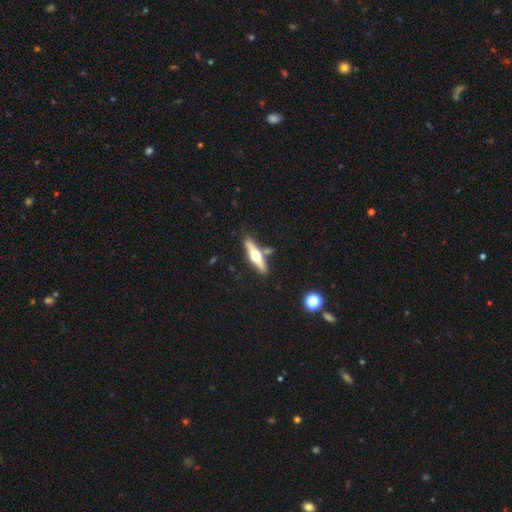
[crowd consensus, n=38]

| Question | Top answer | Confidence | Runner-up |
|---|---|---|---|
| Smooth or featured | featured or disk | 50% | smooth (47%) |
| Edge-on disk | yes | 95% | no (5%) |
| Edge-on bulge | rounded | 94% | boxy (6%) |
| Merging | none | 78% | minor disturbance (14%) |